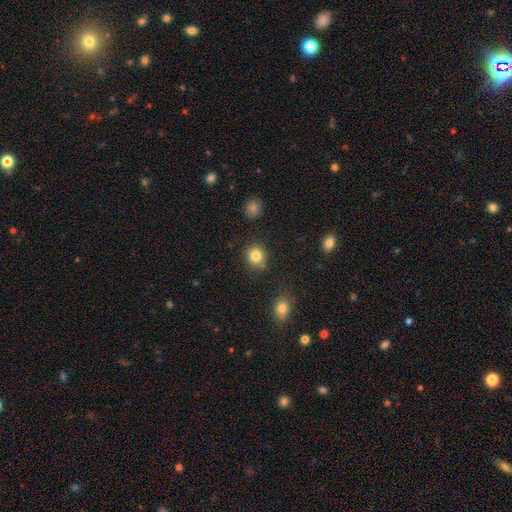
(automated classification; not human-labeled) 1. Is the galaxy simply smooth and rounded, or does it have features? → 84% smooth, 11% star or artifact, 6% featured or disk.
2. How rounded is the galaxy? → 86% round, 13% in between, 1% cigar-shaped.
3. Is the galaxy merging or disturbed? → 82% none, 10% minor disturbance, 6% merger, 3% major disturbance.